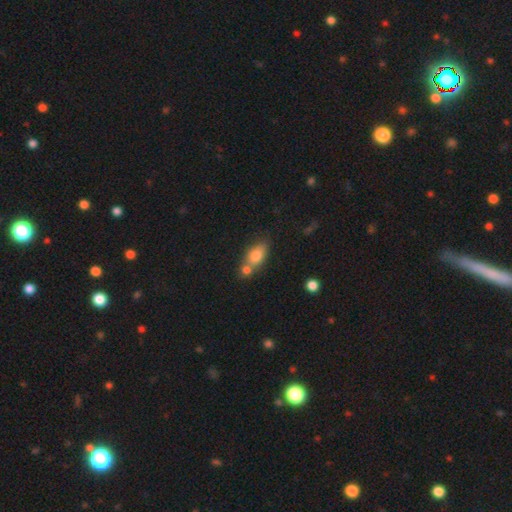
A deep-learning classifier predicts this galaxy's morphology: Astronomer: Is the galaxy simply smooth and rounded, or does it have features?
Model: smooth — 78%.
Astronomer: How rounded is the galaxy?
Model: in between — 81%.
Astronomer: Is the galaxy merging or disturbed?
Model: none — 43% (runner-up: merger, 41%).